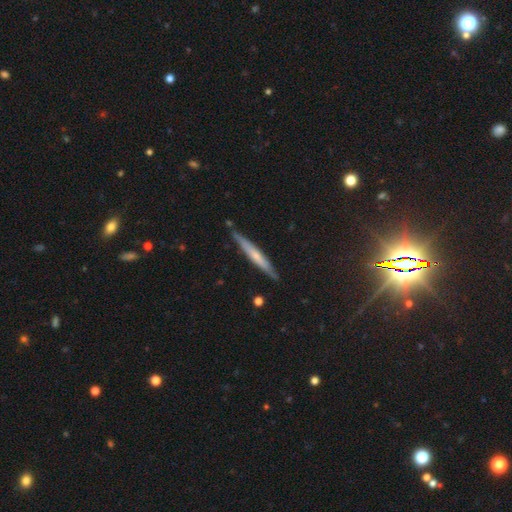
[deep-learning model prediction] The model was most divided on "smooth or featured": featured or disk: 48%, smooth: 45%, star or artifact: 6%. More confident: merging — none (86%).